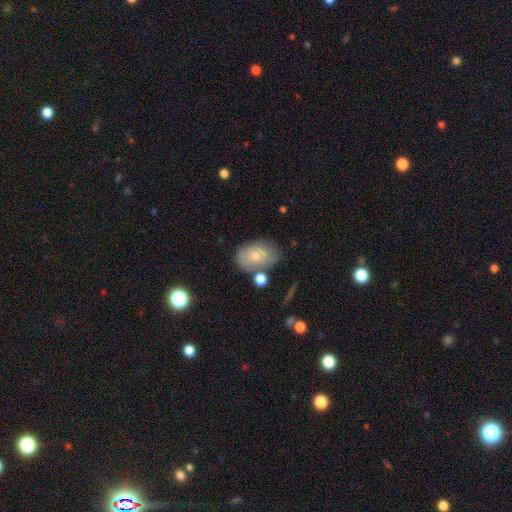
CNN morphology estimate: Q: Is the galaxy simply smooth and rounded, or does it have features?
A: smooth — 67%.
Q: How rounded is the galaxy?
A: in between — 84%.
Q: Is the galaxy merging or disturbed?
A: none — 63%.